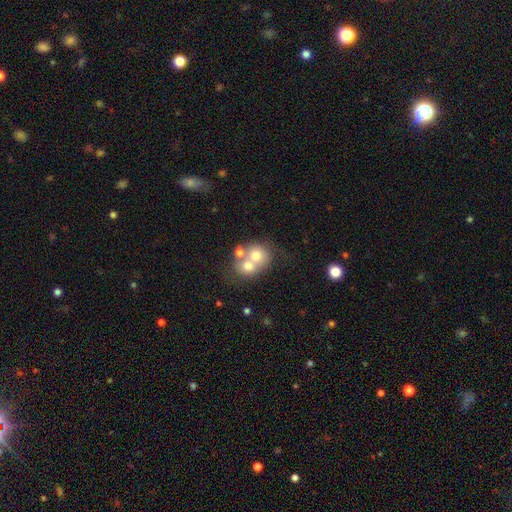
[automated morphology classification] Smooth or featured?
  - smooth: 61% *
  - featured or disk: 28%
  - star or artifact: 11%
How rounded?
  - round: 72% *
  - in between: 27%
  - cigar-shaped: 1%
Merging?
  - merger: 65% *
  - none: 25%
  - minor disturbance: 6%
  - major disturbance: 4%